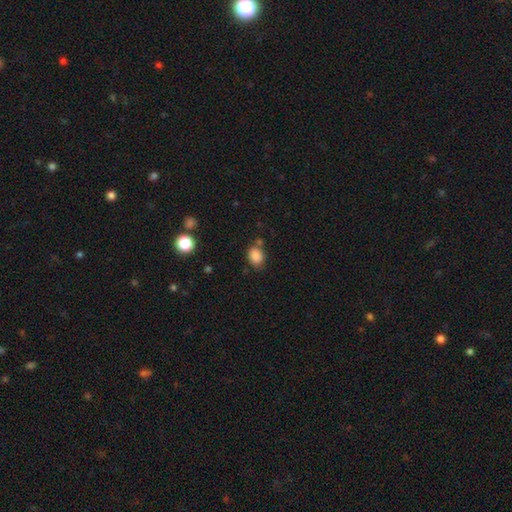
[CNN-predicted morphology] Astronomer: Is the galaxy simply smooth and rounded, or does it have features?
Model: smooth — 85%.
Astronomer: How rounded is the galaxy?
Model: in between — 56% (runner-up: round, 43%).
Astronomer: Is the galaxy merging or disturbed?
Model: none — 68%.